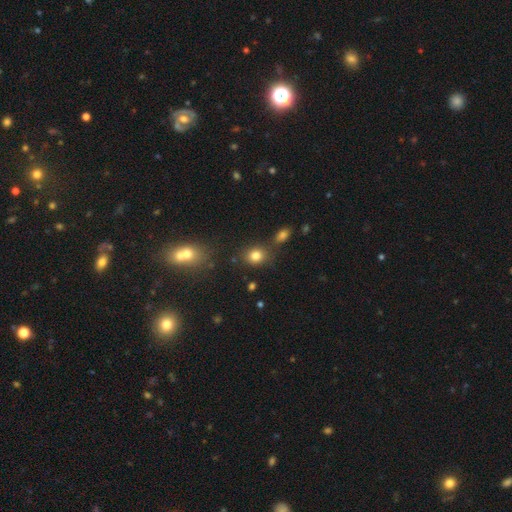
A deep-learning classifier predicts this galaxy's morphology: smooth_or_featured: smooth (p=0.81) [alt: star or artifact p=0.13]
how_rounded: round (p=0.66) [alt: in between p=0.32]
merging: none (p=0.74) [alt: minor disturbance p=0.12]